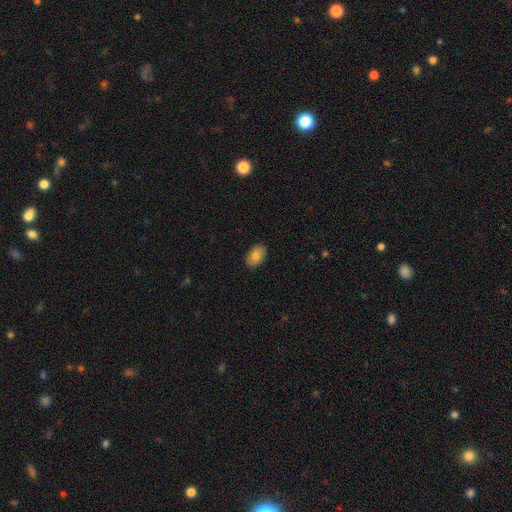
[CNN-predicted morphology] smooth-or-featured: smooth: 79% | featured or disk: 14% | star or artifact: 7%
  how-rounded: in between: 87% | round: 12% | cigar-shaped: 1%
  merging: none: 89% | minor disturbance: 9% | major disturbance: 2% | merger: 1%